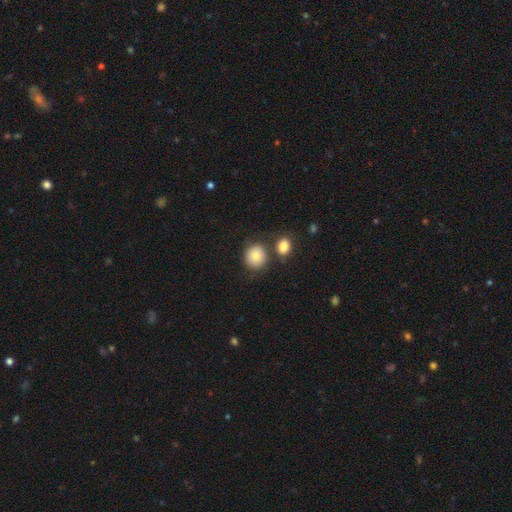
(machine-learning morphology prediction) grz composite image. It shows a smooth galaxy with no disk features (83%) that is round (83%). Merging: none (68%).